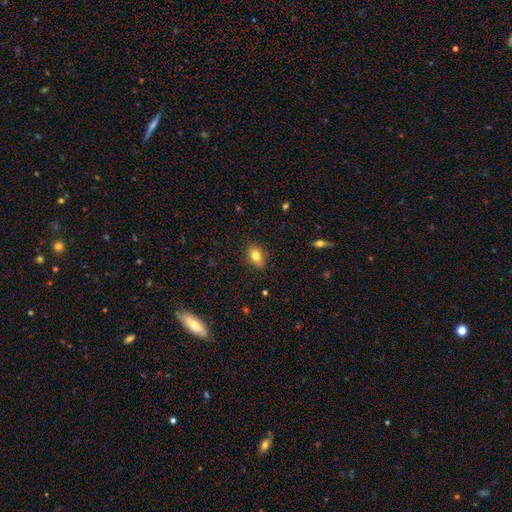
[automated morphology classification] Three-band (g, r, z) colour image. It shows a smooth galaxy with no disk features (79%) that is in between round and cigar-shaped (82%). Merging: none (82%).